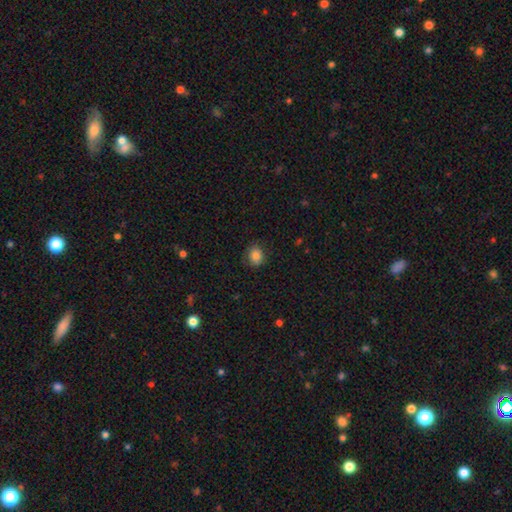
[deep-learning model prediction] Q: Smooth or featured?
A: smooth (85%); runner-up: star or artifact (10%)
Q: How rounded?
A: round (58%); runner-up: in between (41%)
Q: Merging?
A: none (81%); runner-up: minor disturbance (15%)